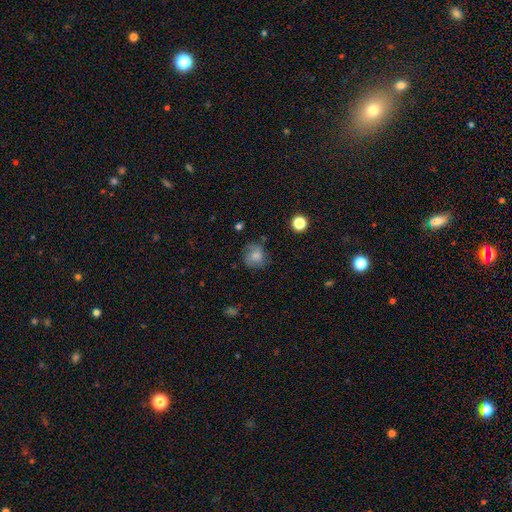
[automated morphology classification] This is likely a smooth galaxy (72%). How rounded: likely round (79%). Merging: likely none (65%).